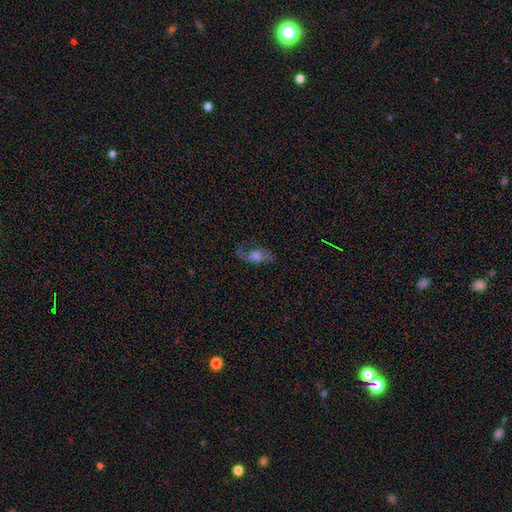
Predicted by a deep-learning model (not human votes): This appears to be a featured or disk galaxy (51%). Merging: none (56%).